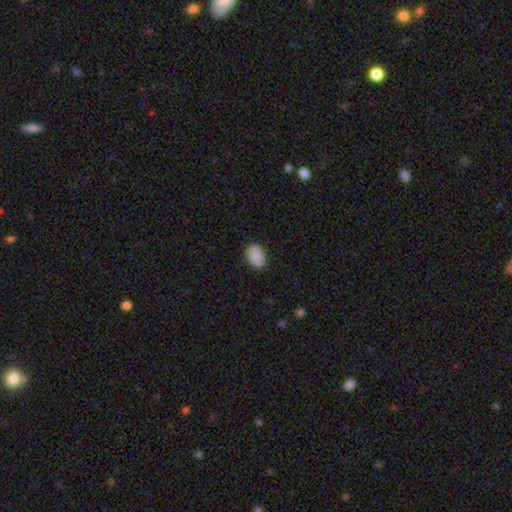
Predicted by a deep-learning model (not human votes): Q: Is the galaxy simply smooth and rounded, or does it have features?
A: smooth — 82%.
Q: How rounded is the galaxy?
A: in between — 71%.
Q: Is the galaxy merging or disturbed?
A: none — 80%.